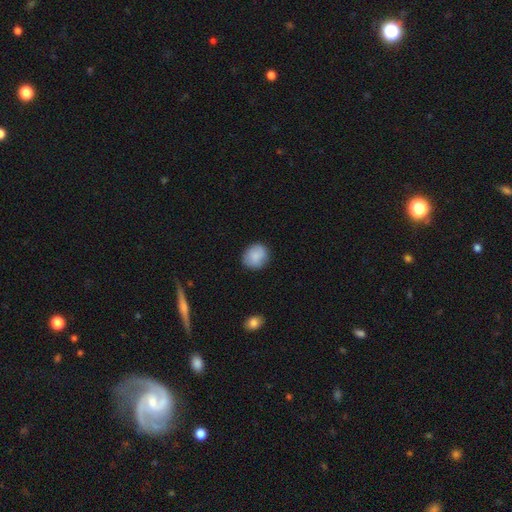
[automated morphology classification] Smooth or featured? smooth (86%)
How rounded? round (82%)
Merging? none (84%)